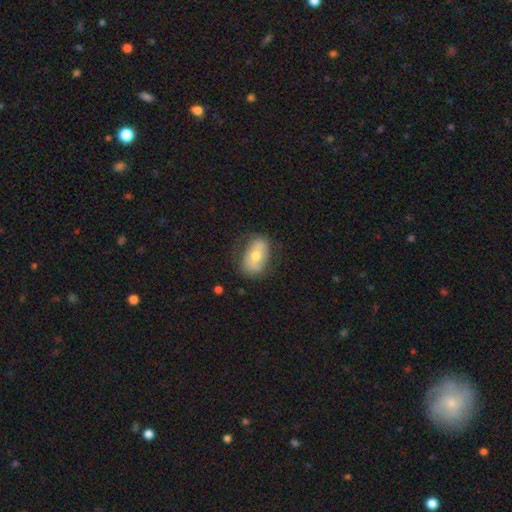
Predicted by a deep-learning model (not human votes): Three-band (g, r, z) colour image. It shows a smooth galaxy with no disk features (52%) that is in between round and cigar-shaped (89%). Merging: none (74%).